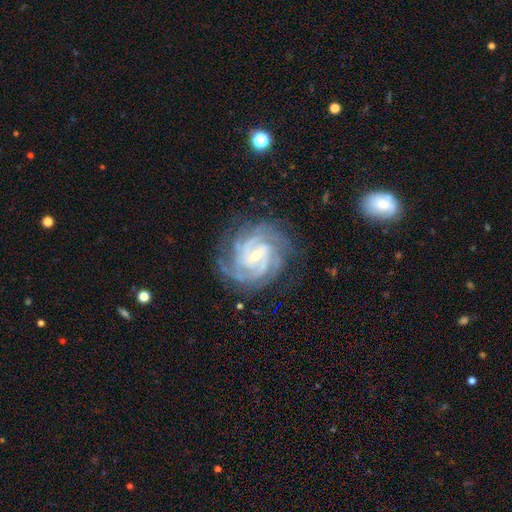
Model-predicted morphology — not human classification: A featured or disk galaxy (92%) with a weak bar (46%), 3 (27%, tied with 4) tight (72%) spiral arms (98%) and a small central bulge (63%). Merging: none (79%).